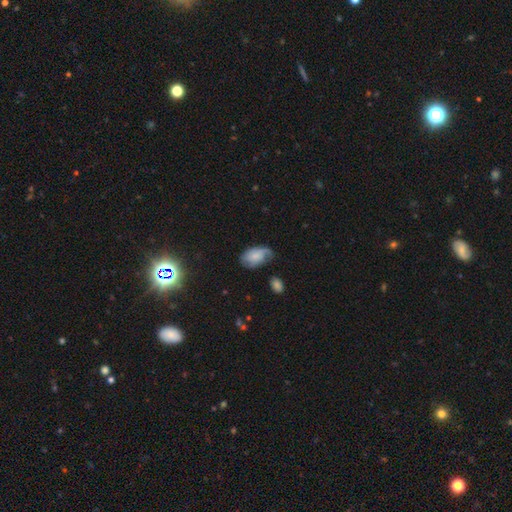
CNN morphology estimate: A smooth galaxy with no disk features (55%) that is in between round and cigar-shaped (91%). Merging: none (44%).